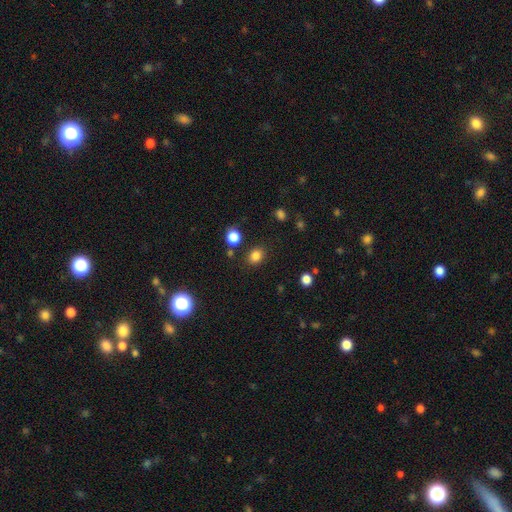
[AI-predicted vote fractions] Smooth or featured? smooth (83%)
How rounded? round (57%)
Merging? none (84%)